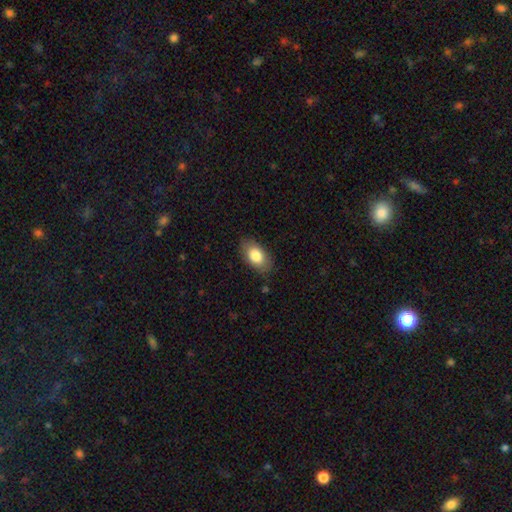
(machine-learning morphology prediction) Smooth or featured? Predicted: smooth (p=0.82). How rounded? Predicted: in between (p=0.92). Merging? Predicted: none (p=0.82).